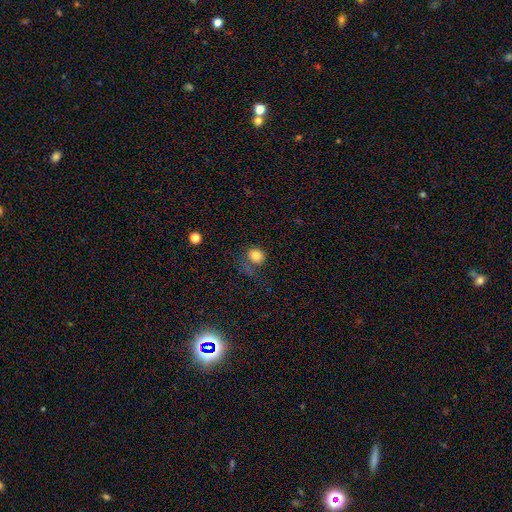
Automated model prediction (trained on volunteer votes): Smooth or featured?
  - smooth: 82% *
  - star or artifact: 11%
  - featured or disk: 7%
How rounded?
  - round: 79% *
  - in between: 20%
  - cigar-shaped: 1%
Merging?
  - none: 57% *
  - minor disturbance: 19%
  - major disturbance: 18%
  - merger: 5%